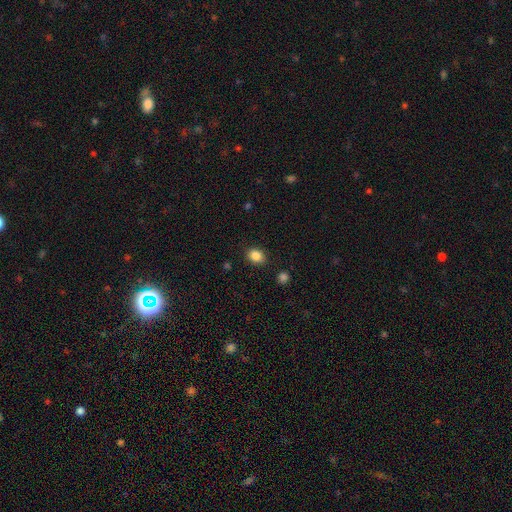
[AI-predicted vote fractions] Overall: smooth (86%). How rounded: in between (50%; round 49%). Merging: none (87%).